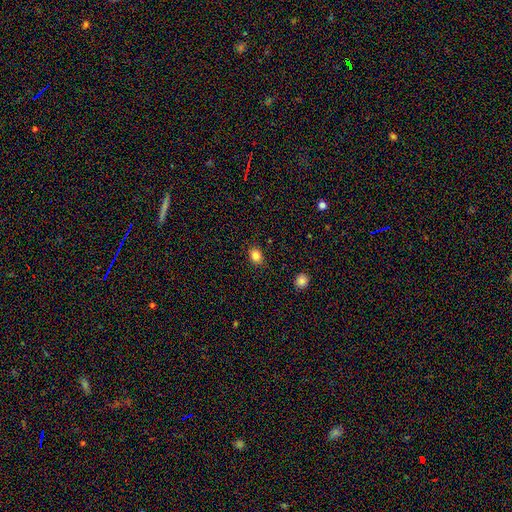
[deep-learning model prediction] Q: Smooth or featured?
A: smooth (84%); runner-up: star or artifact (11%)
Q: How rounded?
A: round (51%); runner-up: in between (48%)
Q: Merging?
A: none (87%); runner-up: minor disturbance (10%)